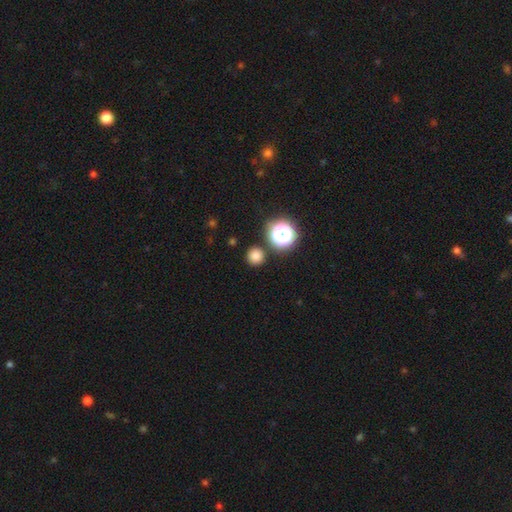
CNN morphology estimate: A smooth galaxy with no disk features (78%) that is round (95%).

Vote fractions:
- Smooth or featured? smooth: 78% / star or artifact: 18% / featured or disk: 5%
- How rounded? round: 95% / in between: 4% / cigar-shaped: 1%
- Merging? none: 88% / minor disturbance: 6% / merger: 4% / major disturbance: 2%